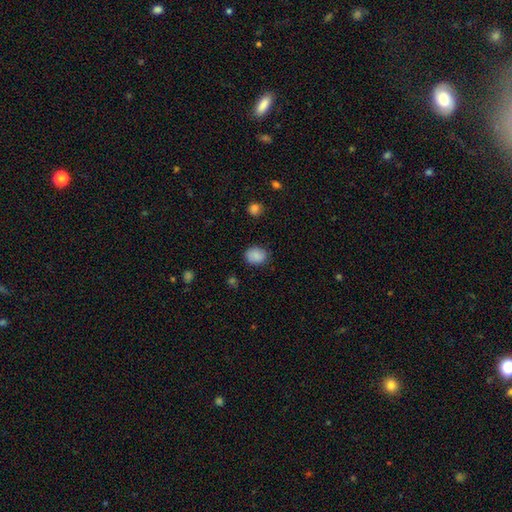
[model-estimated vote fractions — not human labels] A smooth galaxy with no disk features (87%) that is round (50%). Merging: none (82%).